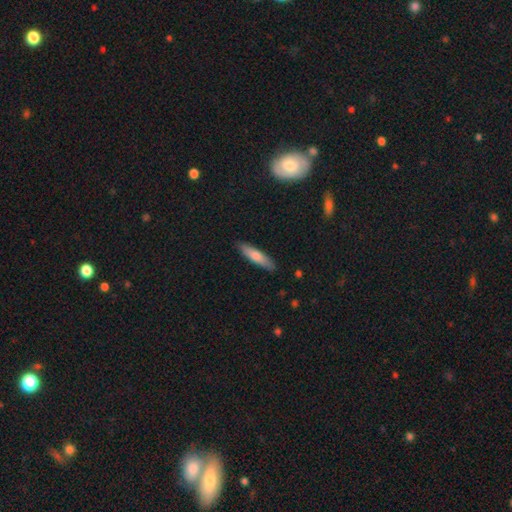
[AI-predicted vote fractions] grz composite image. It shows a smooth galaxy with no disk features (66%) that is cigar-shaped (82%). Merging: none (89%).